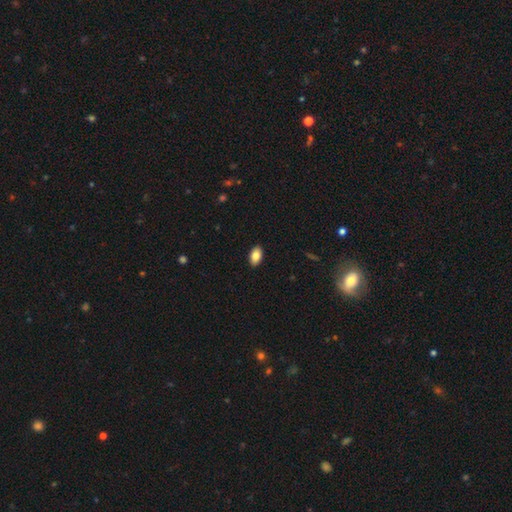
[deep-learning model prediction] Morphology: type=smooth (85%); roundness=in between (93%); merging=none (90%).